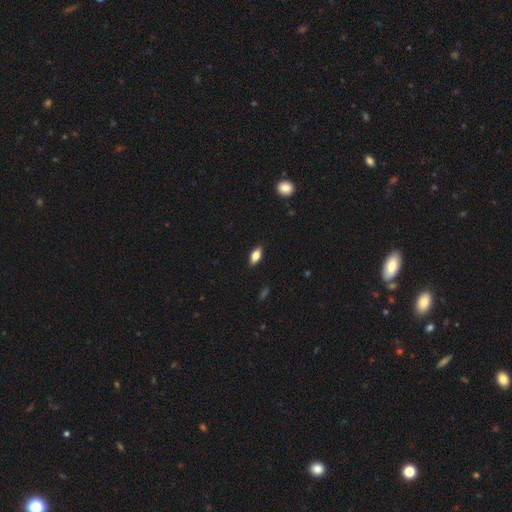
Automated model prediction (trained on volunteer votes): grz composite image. It shows a smooth galaxy with no disk features (73%) that is in between round and cigar-shaped (84%). Merging: none (88%).